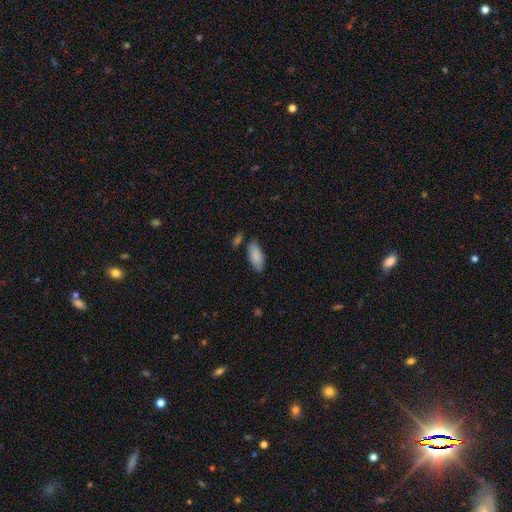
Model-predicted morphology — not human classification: This is clearly a smooth galaxy (87%). How rounded: clearly in between (85%). Merging: likely none (78%).